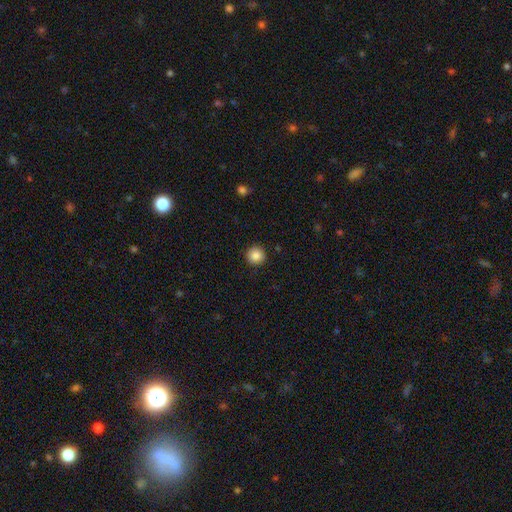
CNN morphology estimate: This is clearly a smooth galaxy (87%). How rounded: clearly round (94%). Merging: clearly none (92%).